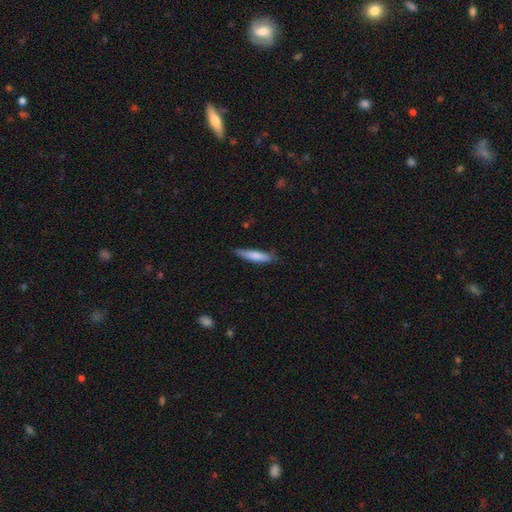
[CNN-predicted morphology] The model was most divided on "merging": none: 75%, minor disturbance: 20%, major disturbance: 3%, merger: 2%. More confident: how rounded — cigar-shaped (81%); smooth or featured — smooth (77%).